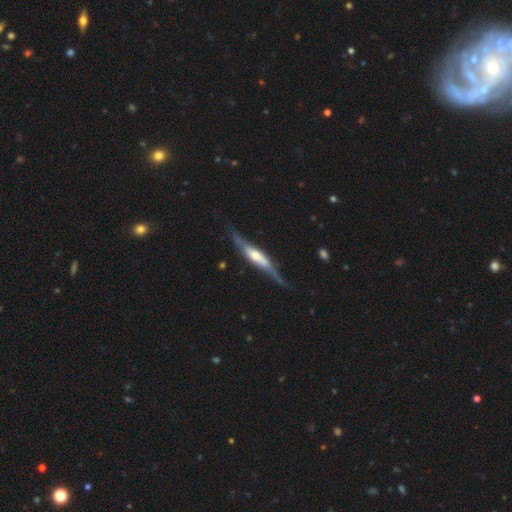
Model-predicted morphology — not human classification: Smooth or featured? Predicted: featured or disk (p=0.74). Edge-on disk? Predicted: yes (p=0.89). Edge-on bulge? Predicted: rounded (p=0.63). Merging? Predicted: none (p=0.66).